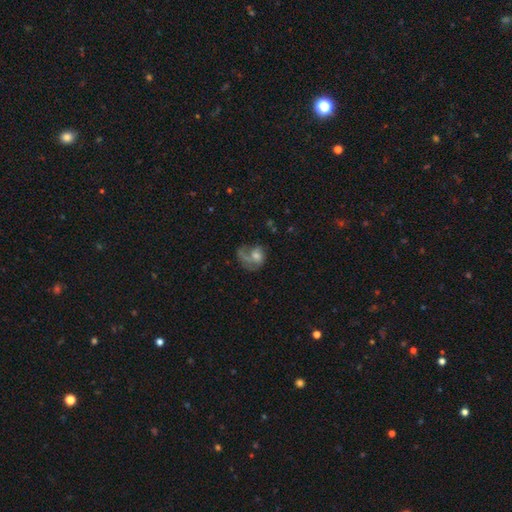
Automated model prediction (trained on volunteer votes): A featured or disk galaxy (59%) with no bar (76%), spiral arms (74%) and a moderate central bulge (45%).

Vote fractions:
- Smooth or featured? featured or disk: 59% / smooth: 29% / star or artifact: 13%
- Edge-on disk? no: 97% / yes: 3%
- Bar? no: 76% / weak: 21% / strong: 4%
- Spiral arms? yes: 74% / no: 26%
- Bulge size? moderate: 45% / small: 29% / large: 13% / none: 11% / dominant: 3%
- Merging? major disturbance: 41% / none: 36% / minor disturbance: 17% / merger: 6%